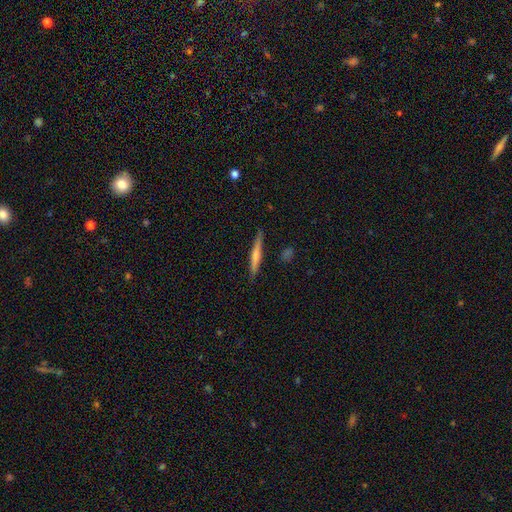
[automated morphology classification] A smooth galaxy with no disk features (53%) that is cigar-shaped (94%).

Vote fractions:
- Smooth or featured? smooth: 53% / featured or disk: 41% / star or artifact: 6%
- How rounded? cigar-shaped: 94% / in between: 5% / round: 2%
- Merging? none: 85% / minor disturbance: 11% / major disturbance: 2% / merger: 2%